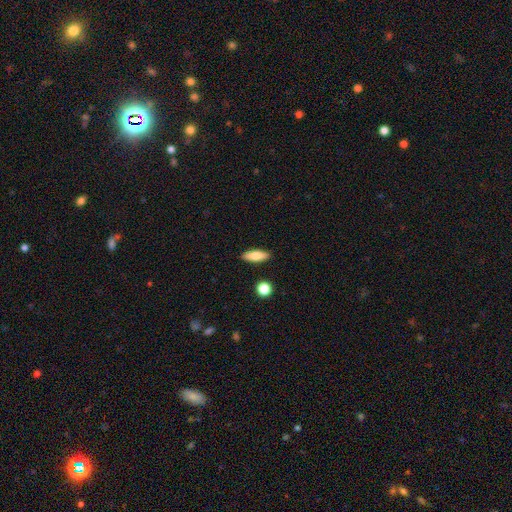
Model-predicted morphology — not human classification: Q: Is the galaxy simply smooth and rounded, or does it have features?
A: smooth — 79%.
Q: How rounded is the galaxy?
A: in between — 58%.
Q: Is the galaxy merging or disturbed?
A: none — 89%.